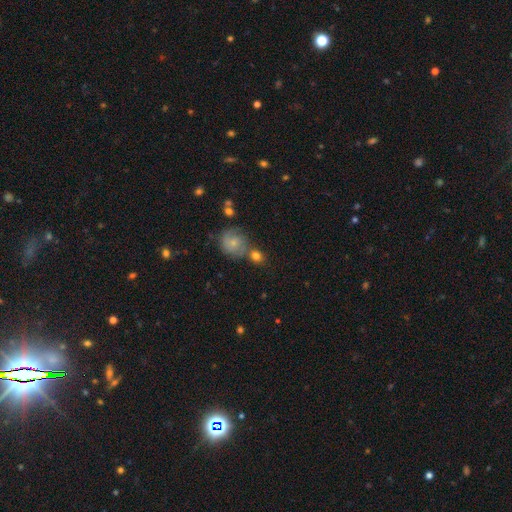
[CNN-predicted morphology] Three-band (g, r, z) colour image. It shows a smooth galaxy with no disk features (70%) that is round (77%). Merging: none (54%).